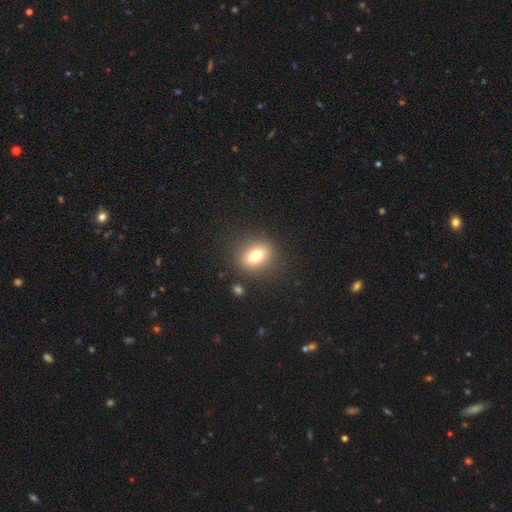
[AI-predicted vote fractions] This is likely a smooth galaxy (74%). How rounded: possibly round (55%). Merging: clearly none (85%).